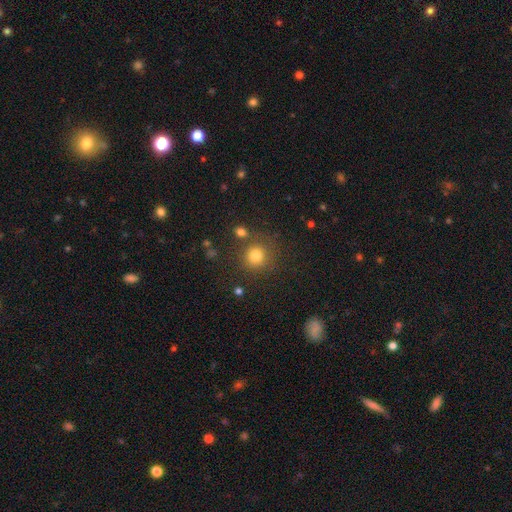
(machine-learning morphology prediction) This appears to be a smooth galaxy with no disk features (79%) that is round (91%). Merging: none (77%).